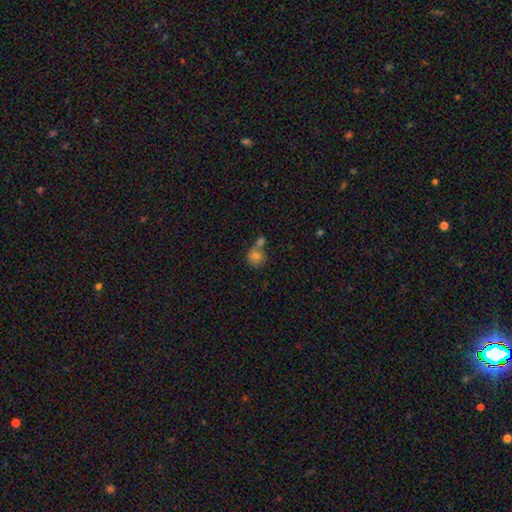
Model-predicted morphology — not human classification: type=smooth (77%); roundness=round (75%); merging=merger (48%).